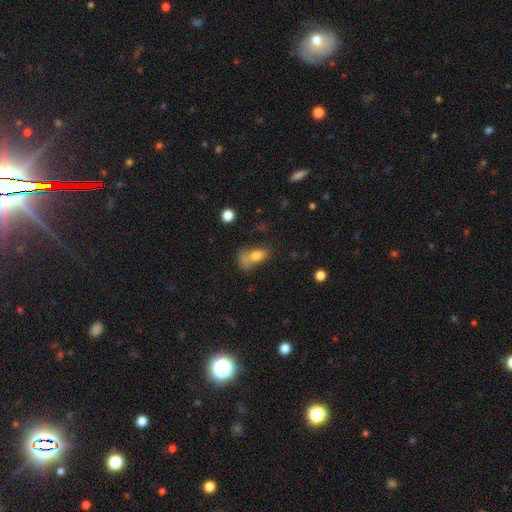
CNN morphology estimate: Smooth or featured: smooth — 73% (featured or disk — 15%)
How rounded: in between — 77% (round — 16%)
Merging: merger — 26% (tied with none — 26%; major disturbance — 26%)